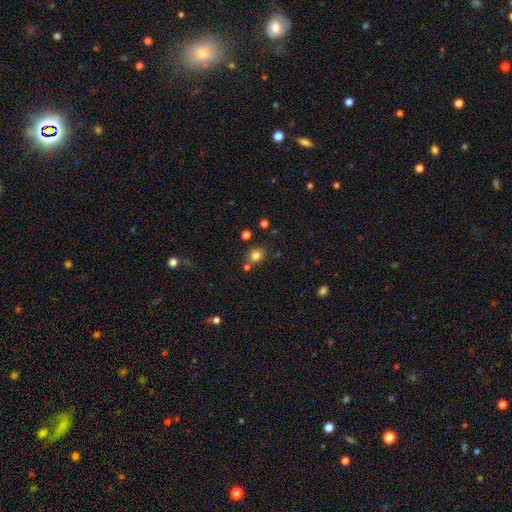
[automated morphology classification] type=smooth (80%); roundness=round (78%); merging=none (72%).